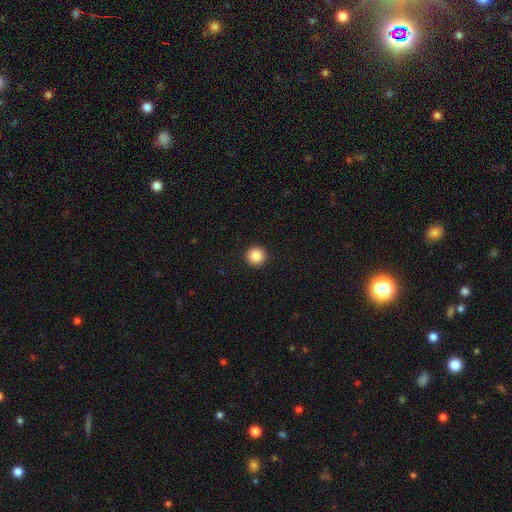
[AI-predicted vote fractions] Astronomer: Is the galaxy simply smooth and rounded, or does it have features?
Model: smooth — 85%.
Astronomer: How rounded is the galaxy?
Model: round — 96%.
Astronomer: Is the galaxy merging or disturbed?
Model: none — 94%.